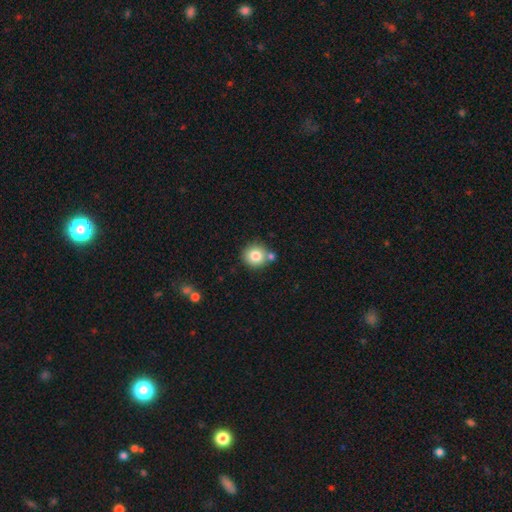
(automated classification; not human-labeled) Q: Smooth or featured?
A: smooth (80%); runner-up: star or artifact (10%)
Q: How rounded?
A: round (90%); runner-up: in between (9%)
Q: Merging?
A: none (71%); runner-up: merger (16%)